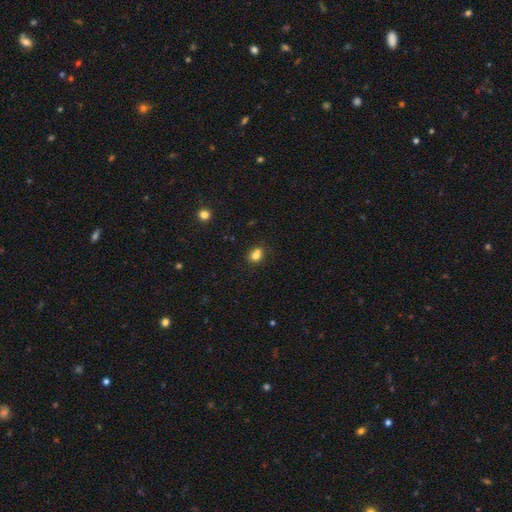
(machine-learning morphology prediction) type=smooth (77%); roundness=round (60%); merging=none (49%).